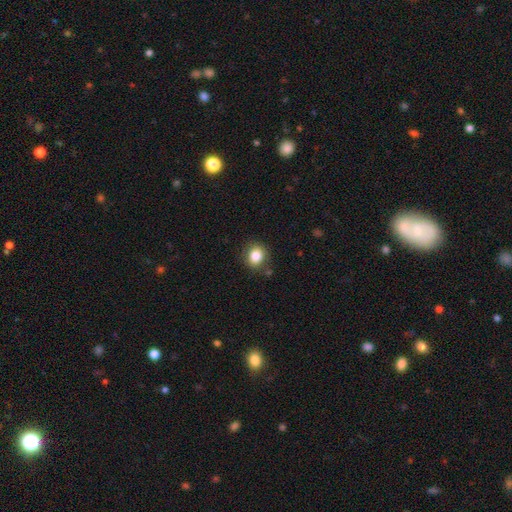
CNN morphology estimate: type=smooth (83%); roundness=round (69%); merging=none (83%).